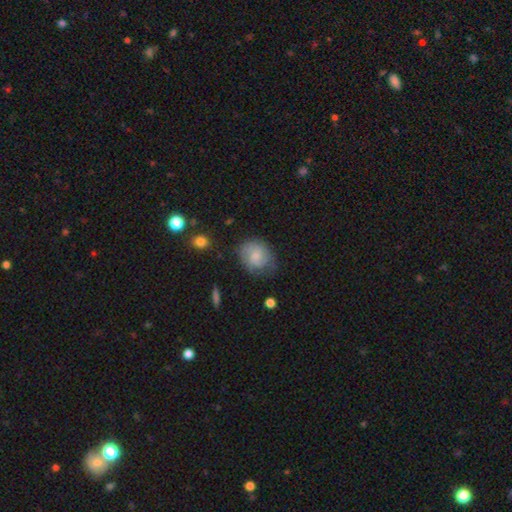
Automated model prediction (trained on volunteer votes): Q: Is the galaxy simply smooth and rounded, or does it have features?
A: smooth — 52%.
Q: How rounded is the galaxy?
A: round — 67%.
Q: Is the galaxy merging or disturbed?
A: none — 67%.